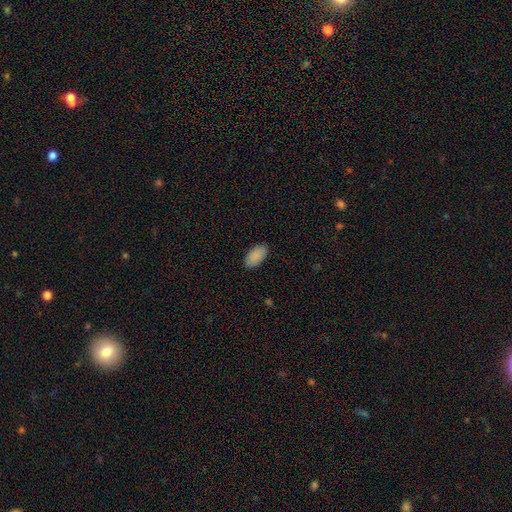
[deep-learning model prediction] smooth 90%, star or artifact 6%, featured or disk 4%. Down the decision tree: how rounded — in between (95%); merging — none (87%).